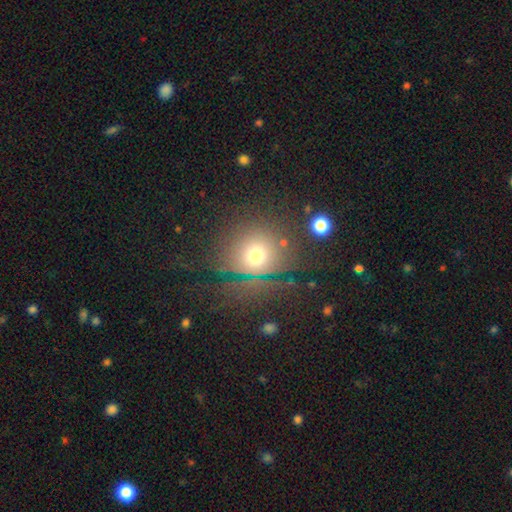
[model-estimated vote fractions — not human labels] Q: Smooth or featured?
A: smooth (66%); runner-up: star or artifact (20%)
Q: How rounded?
A: round (84%); runner-up: in between (14%)
Q: Merging?
A: none (69%); runner-up: minor disturbance (15%)